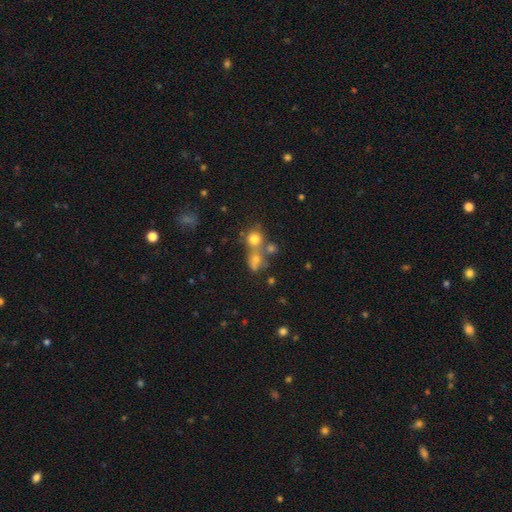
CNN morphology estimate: A smooth galaxy with no disk features (55%) that is round (80%). Merging: merger (44%).